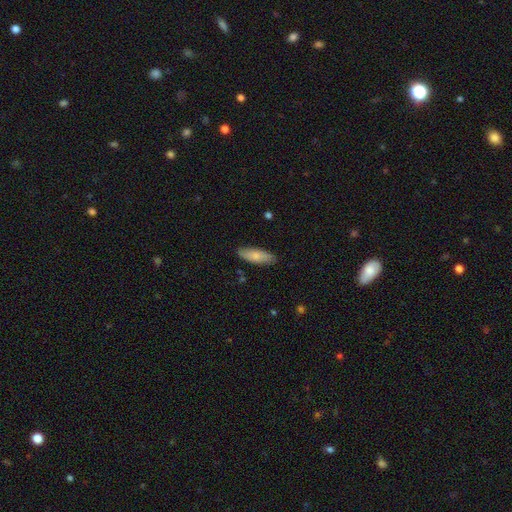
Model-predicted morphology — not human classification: Smooth or featured?
  - smooth: 78% *
  - featured or disk: 17%
  - star or artifact: 6%
How rounded?
  - in between: 57% *
  - cigar-shaped: 41%
  - round: 2%
Merging?
  - none: 86% *
  - minor disturbance: 11%
  - major disturbance: 2%
  - merger: 1%